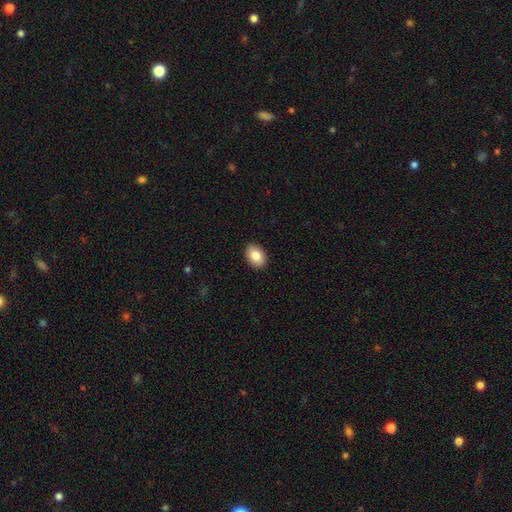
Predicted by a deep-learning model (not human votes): smooth 85%, featured or disk 7%, star or artifact 7%. Down the decision tree: how rounded — in between (81%); merging — none (91%).